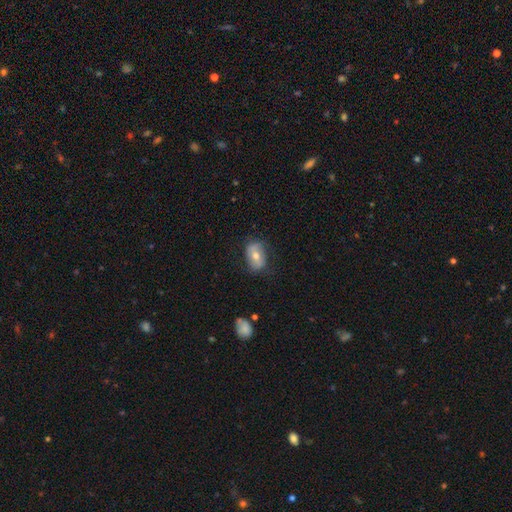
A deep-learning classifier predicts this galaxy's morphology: Q: Smooth or featured?
A: smooth (54%); runner-up: featured or disk (39%)
Q: How rounded?
A: in between (83%); runner-up: round (15%)
Q: Merging?
A: none (71%); runner-up: minor disturbance (21%)